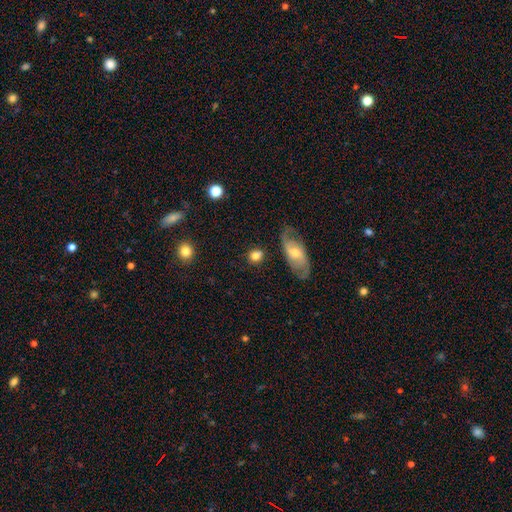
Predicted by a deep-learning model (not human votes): This appears to be a smooth galaxy with no disk features (78%) that is round (69%). Merging: none (78%).